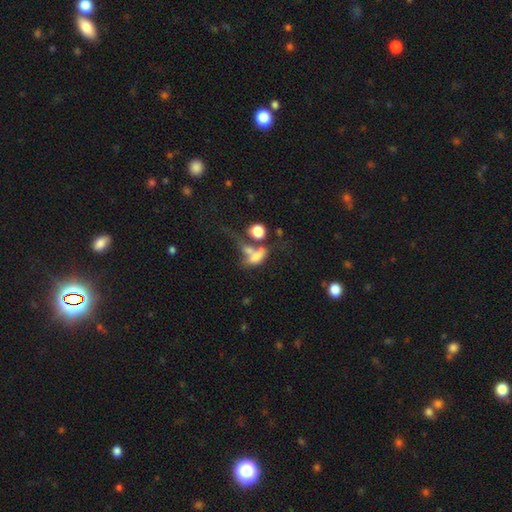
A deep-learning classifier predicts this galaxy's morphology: Overall: smooth (63%; featured or disk 24%). How rounded: in between (77%). Merging: merger (48%; major disturbance 23%).